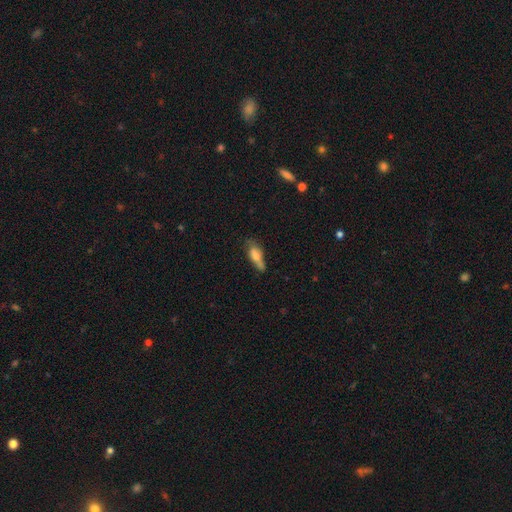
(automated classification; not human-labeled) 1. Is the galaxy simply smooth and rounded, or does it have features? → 68% smooth, 23% featured or disk, 9% star or artifact.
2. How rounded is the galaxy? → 65% in between, 31% cigar-shaped, 3% round.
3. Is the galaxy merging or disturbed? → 43% none, 33% minor disturbance, 16% major disturbance, 8% merger.